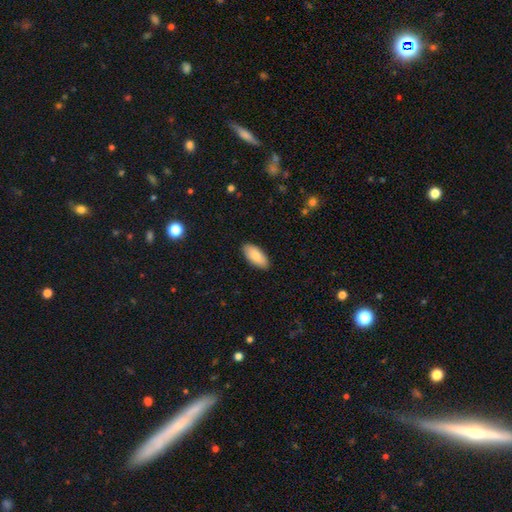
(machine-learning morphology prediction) A smooth galaxy with no disk features (86%) that is in between round and cigar-shaped (91%).

Vote fractions:
- Smooth or featured? smooth: 86% / featured or disk: 9% / star or artifact: 6%
- How rounded? in between: 91% / cigar-shaped: 8% / round: 2%
- Merging? none: 89% / minor disturbance: 8% / major disturbance: 2% / merger: 1%